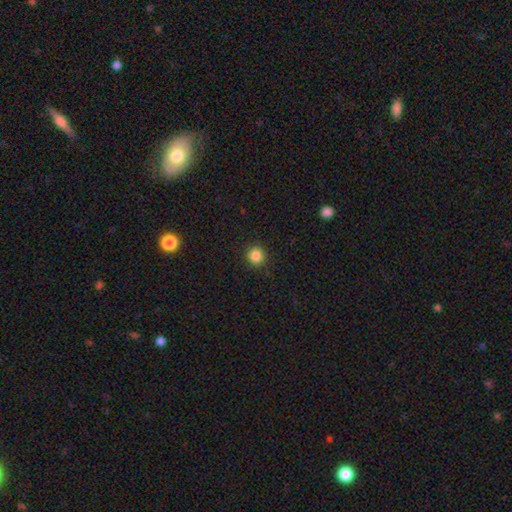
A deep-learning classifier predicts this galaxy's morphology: A smooth galaxy with no disk features (85%) that is round (94%).

Vote fractions:
- Smooth or featured? smooth: 85% / star or artifact: 11% / featured or disk: 4%
- How rounded? round: 94% / in between: 6% / cigar-shaped: 1%
- Merging? none: 92% / minor disturbance: 5% / major disturbance: 2% / merger: 1%